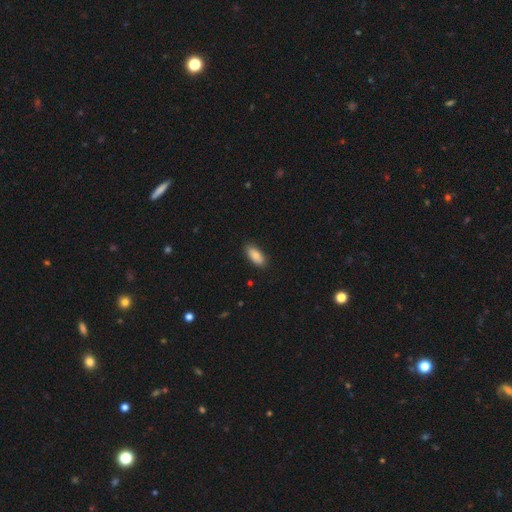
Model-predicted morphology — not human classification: A smooth galaxy with no disk features (87%) that is in between round and cigar-shaped (86%).

Vote fractions:
- Smooth or featured? smooth: 87% / featured or disk: 7% / star or artifact: 6%
- How rounded? in between: 86% / cigar-shaped: 12% / round: 2%
- Merging? none: 87% / minor disturbance: 10% / major disturbance: 2% / merger: 1%